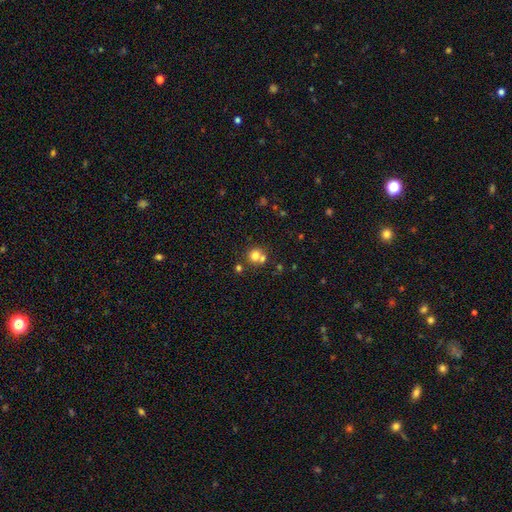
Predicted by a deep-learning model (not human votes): Smooth or featured? smooth (72%)
How rounded? round (87%)
Merging? none (52%)